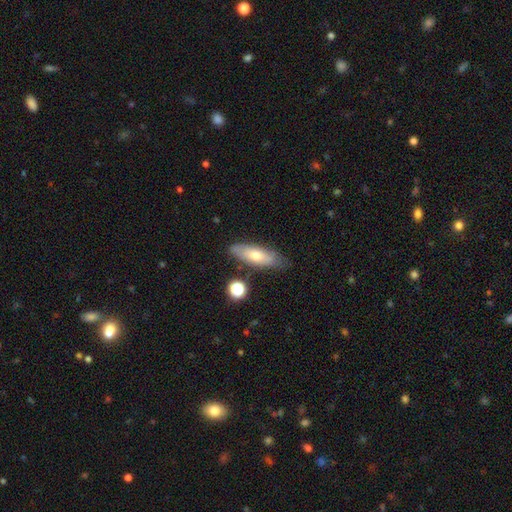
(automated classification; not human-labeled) Smooth or featured? Predicted: smooth (p=0.60). How rounded? Predicted: in between (p=0.57). Merging? Predicted: none (p=0.74).